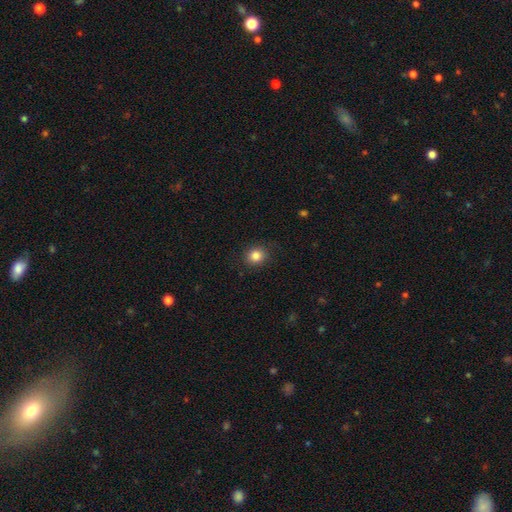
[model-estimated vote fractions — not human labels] Smooth or featured?
  - smooth: 85% *
  - star or artifact: 10%
  - featured or disk: 5%
How rounded?
  - round: 79% *
  - in between: 20%
  - cigar-shaped: 1%
Merging?
  - none: 87% *
  - minor disturbance: 9%
  - major disturbance: 3%
  - merger: 1%